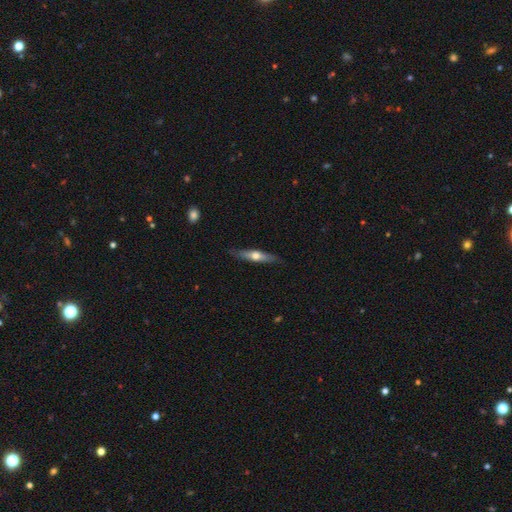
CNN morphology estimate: smooth-or-featured: featured or disk: 50% | smooth: 44% | star or artifact: 5%
  disk-edge-on: yes: 86% | no: 14%
  merging: none: 83% | minor disturbance: 14% | major disturbance: 2% | merger: 1%